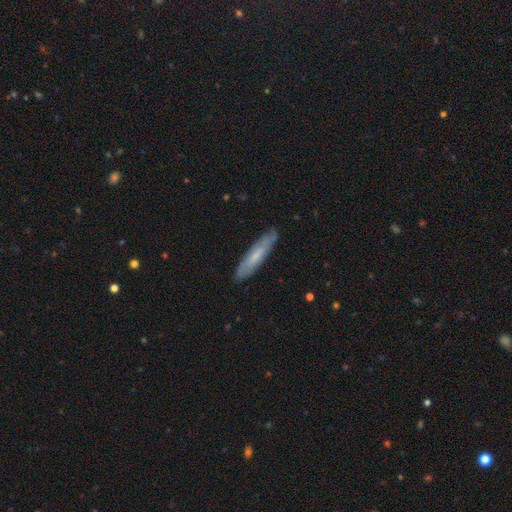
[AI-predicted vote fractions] smooth-or-featured: smooth: 61% | featured or disk: 33% | star or artifact: 6%
  how-rounded: cigar-shaped: 86% | in between: 13% | round: 1%
  merging: none: 86% | minor disturbance: 11% | major disturbance: 2% | merger: 1%